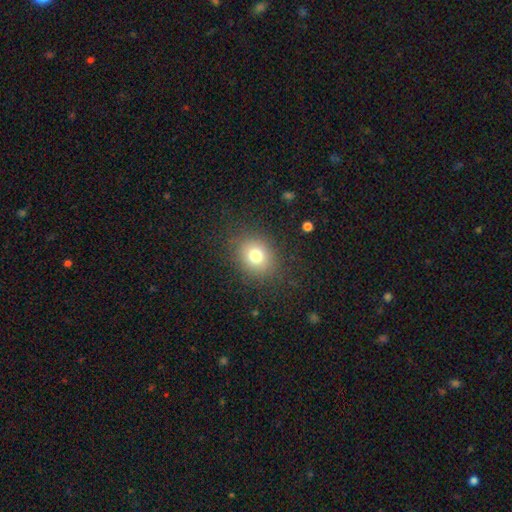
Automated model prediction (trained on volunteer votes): Smooth or featured? smooth (75%)
How rounded? round (66%)
Merging? none (84%)